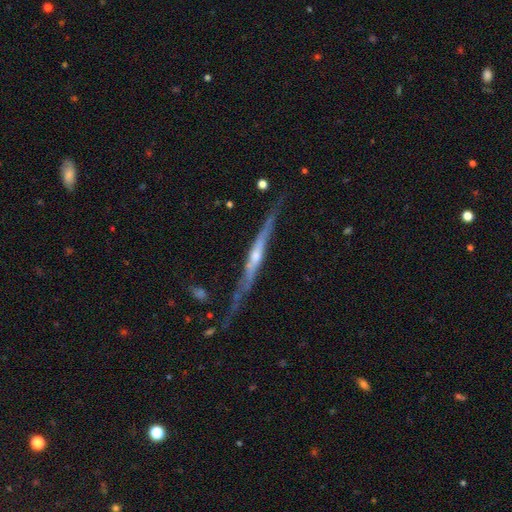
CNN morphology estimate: This is clearly a featured or disk galaxy (81%). It is clearly viewed edge-on (93%). Edge-on bulge: likely rounded (63%). Merging: likely none (62%).